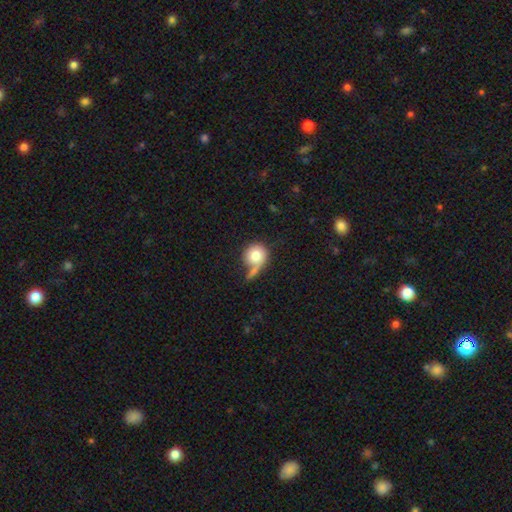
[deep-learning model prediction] Smooth or featured?
  - smooth: 77% *
  - featured or disk: 16%
  - star or artifact: 7%
How rounded?
  - round: 87% *
  - in between: 12%
  - cigar-shaped: 1%
Merging?
  - none: 38% *
  - merger: 26%
  - major disturbance: 18%
  - minor disturbance: 18%